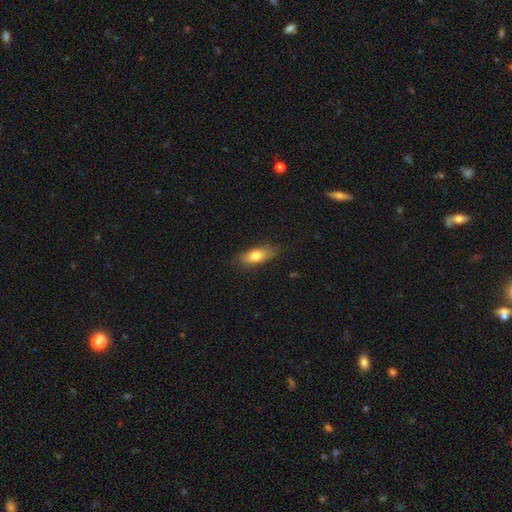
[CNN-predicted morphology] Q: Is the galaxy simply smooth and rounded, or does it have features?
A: smooth — 77%.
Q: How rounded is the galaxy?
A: in between — 75%.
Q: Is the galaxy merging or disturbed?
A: none — 78%.